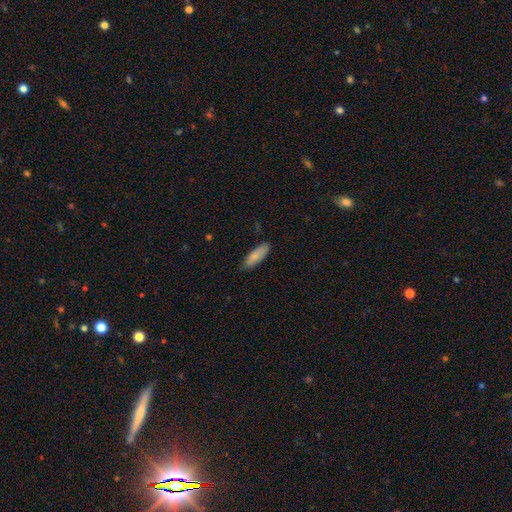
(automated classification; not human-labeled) smooth-or-featured: smooth: 84% | featured or disk: 10% | star or artifact: 6%
  how-rounded: cigar-shaped: 50% | in between: 48% | round: 2%
  merging: none: 82% | minor disturbance: 14% | major disturbance: 2% | merger: 1%